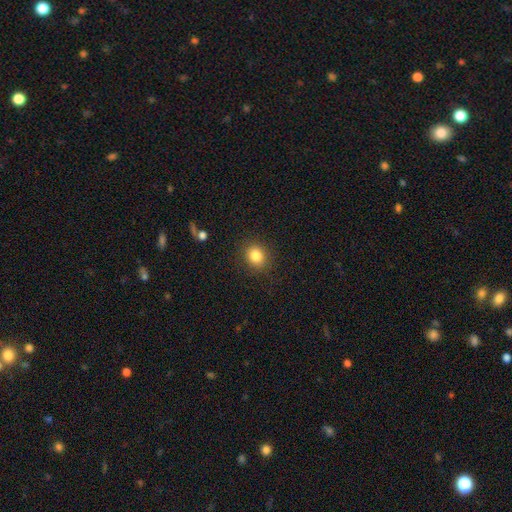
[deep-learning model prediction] A smooth galaxy with no disk features (83%) that is round (73%).

Vote fractions:
- Smooth or featured? smooth: 83% / star or artifact: 11% / featured or disk: 6%
- How rounded? round: 73% / in between: 26% / cigar-shaped: 1%
- Merging? none: 88% / minor disturbance: 8% / major disturbance: 3% / merger: 1%